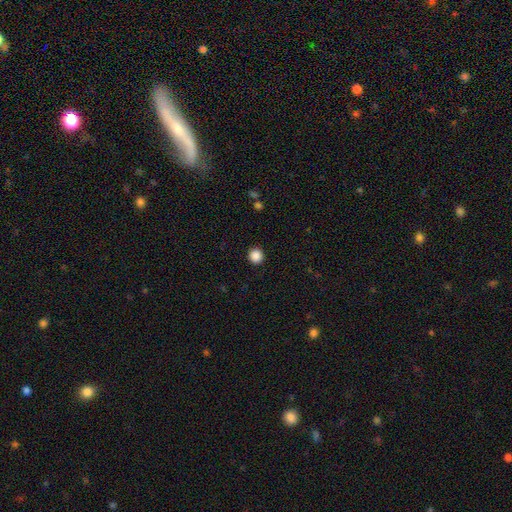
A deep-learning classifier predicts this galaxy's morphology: smooth-or-featured: smooth: 87% | star or artifact: 10% | featured or disk: 2%
  how-rounded: round: 94% | in between: 5% | cigar-shaped: 1%
  merging: none: 93% | minor disturbance: 5% | major disturbance: 2% | merger: 1%